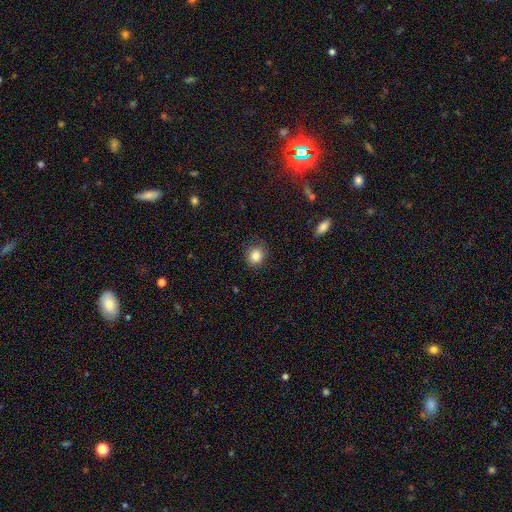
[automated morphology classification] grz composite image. It shows a smooth galaxy with no disk features (85%) that is round (81%). Merging: none (84%).